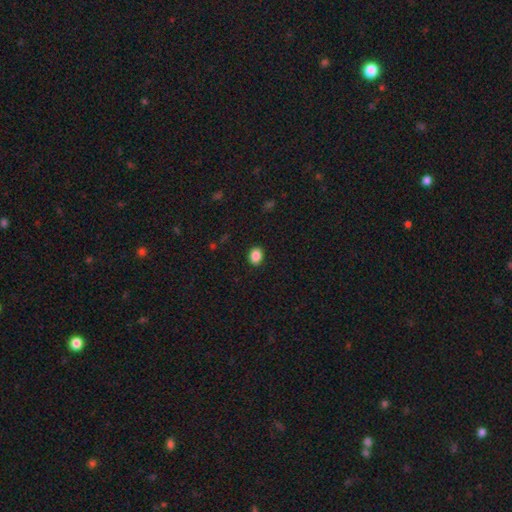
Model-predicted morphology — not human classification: Q: Smooth or featured?
A: smooth (88%); runner-up: star or artifact (9%)
Q: How rounded?
A: in between (58%); runner-up: round (41%)
Q: Merging?
A: none (90%); runner-up: minor disturbance (7%)